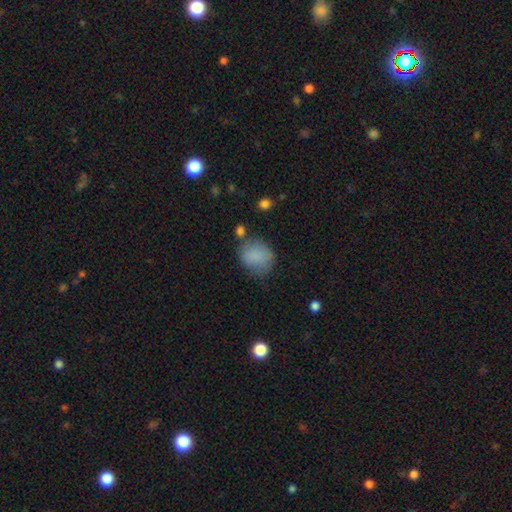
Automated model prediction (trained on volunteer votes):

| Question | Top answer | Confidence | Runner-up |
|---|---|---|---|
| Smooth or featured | smooth | 84% | star or artifact (9%) |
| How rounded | round | 62% | in between (37%) |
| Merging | none | 61% | minor disturbance (25%) |